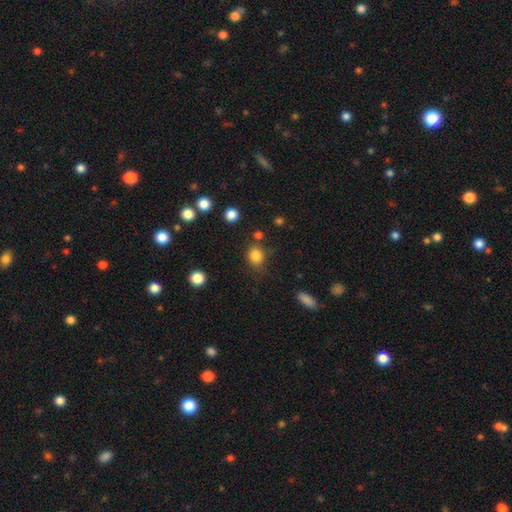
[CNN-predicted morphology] smooth-or-featured: smooth: 83% | star or artifact: 12% | featured or disk: 5%
  how-rounded: round: 70% | in between: 29% | cigar-shaped: 1%
  merging: none: 76% | minor disturbance: 14% | merger: 6% | major disturbance: 4%